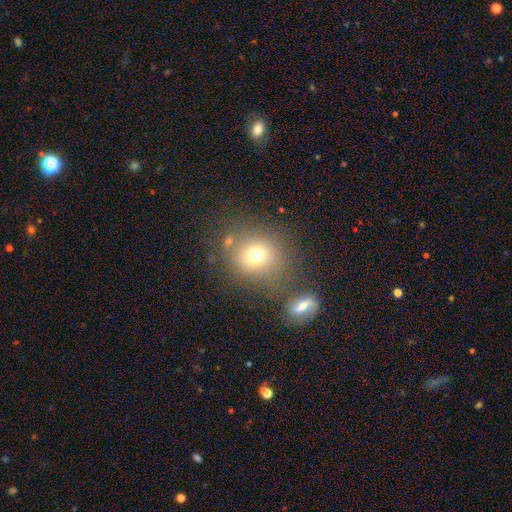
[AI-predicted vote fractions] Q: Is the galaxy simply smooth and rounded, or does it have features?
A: smooth — 72%.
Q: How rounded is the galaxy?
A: round — 78%.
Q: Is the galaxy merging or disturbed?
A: none — 68%.